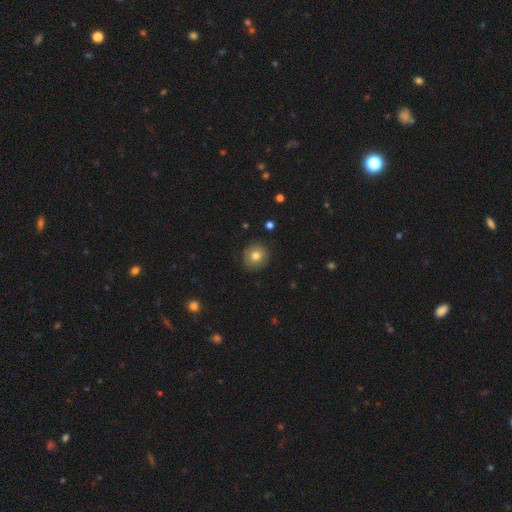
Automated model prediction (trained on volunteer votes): This is likely a smooth galaxy (78%). How rounded: clearly round (90%). Merging: clearly none (89%).